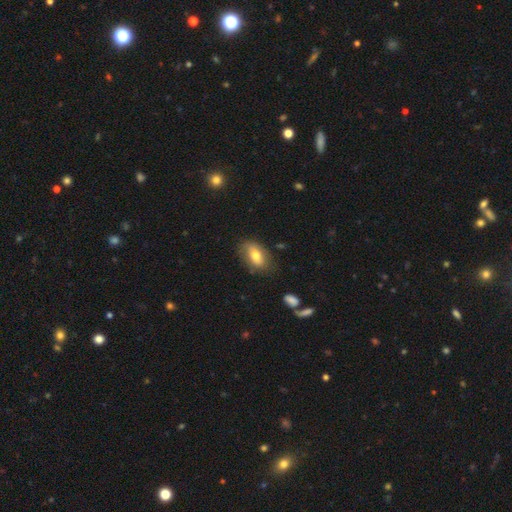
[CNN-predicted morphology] Smooth or featured?
  - smooth: 67% *
  - featured or disk: 26%
  - star or artifact: 8%
How rounded?
  - in between: 88% *
  - round: 8%
  - cigar-shaped: 3%
Merging?
  - none: 70% *
  - minor disturbance: 21%
  - major disturbance: 6%
  - merger: 2%